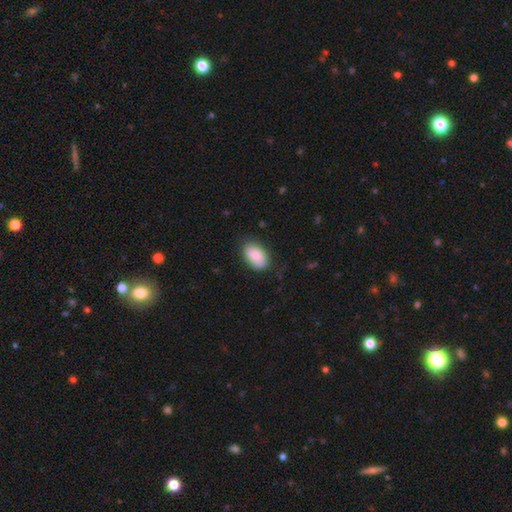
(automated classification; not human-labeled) The model was most divided on "merging": none: 77%, minor disturbance: 18%, major disturbance: 4%, merger: 1%. More confident: how rounded — in between (92%); smooth or featured — smooth (85%).